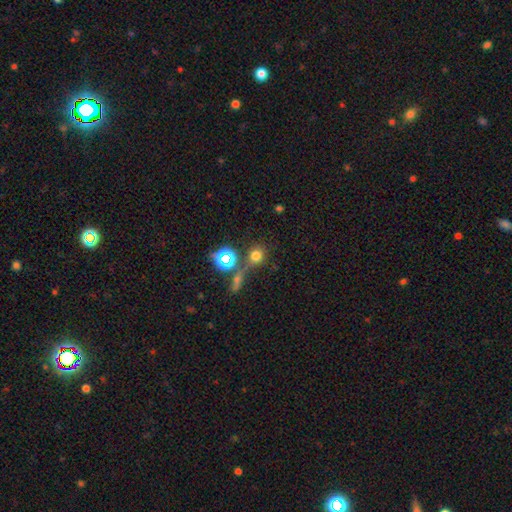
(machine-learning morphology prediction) smooth-or-featured: smooth: 66% | star or artifact: 25% | featured or disk: 9%
  how-rounded: round: 82% | in between: 15% | cigar-shaped: 3%
  merging: none: 67% | merger: 18% | minor disturbance: 10% | major disturbance: 5%